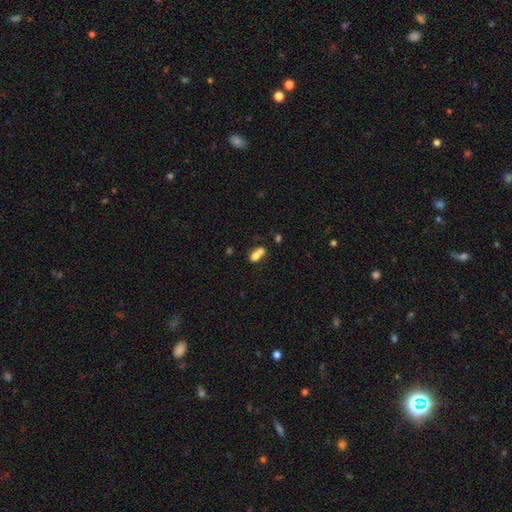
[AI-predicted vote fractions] This is likely a smooth galaxy (72%). How rounded: likely in between (60%). Merging: likely merger (63%).